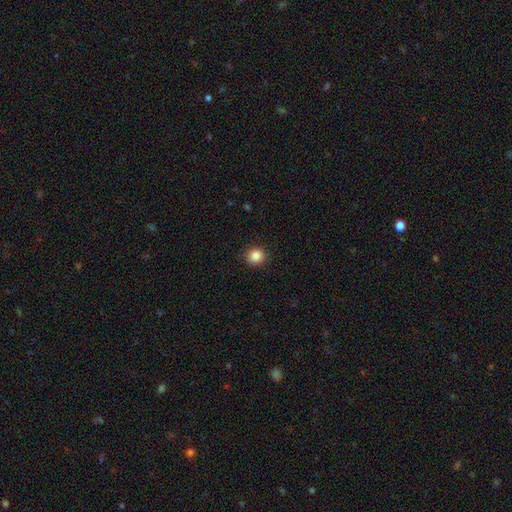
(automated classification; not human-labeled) This appears to be a smooth galaxy with no disk features (87%) that is round (88%). Merging: none (90%).